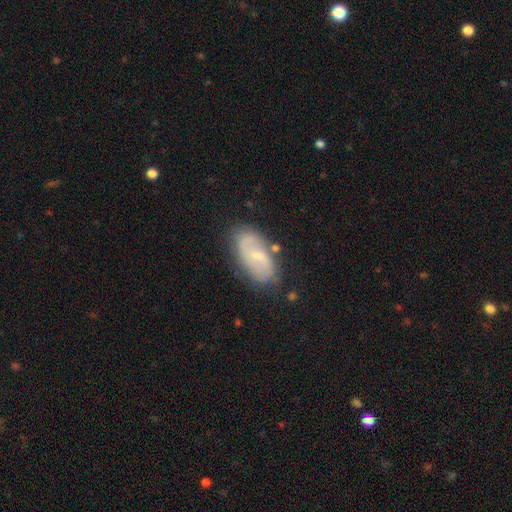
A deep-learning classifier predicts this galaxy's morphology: Q: Smooth or featured?
A: featured or disk (67%); runner-up: smooth (26%)
Q: Edge-on disk?
A: no (95%); runner-up: yes (5%)
Q: Bar?
A: weak (47%); runner-up: no (42%)
Q: Spiral arms?
A: yes (85%); runner-up: no (15%)
Q: Spiral winding?
A: medium (44%); runner-up: loose (32%)
Q: Spiral arm count?
A: 2 (78%); runner-up: can't tell (14%)
Q: Bulge size?
A: small (71%); runner-up: moderate (24%)
Q: Merging?
A: none (75%); runner-up: minor disturbance (17%)